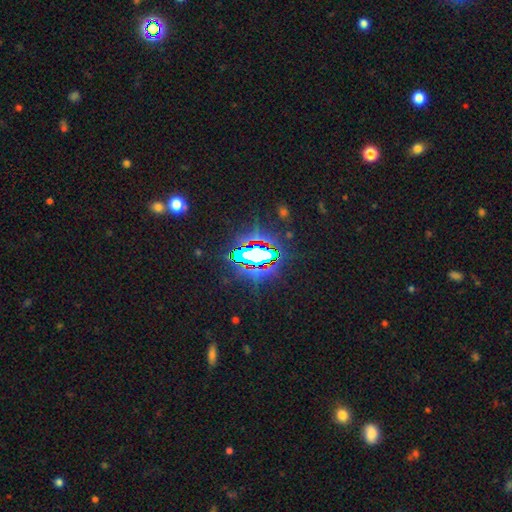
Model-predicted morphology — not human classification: Q: Smooth or featured?
A: star or artifact (73%); runner-up: smooth (14%)